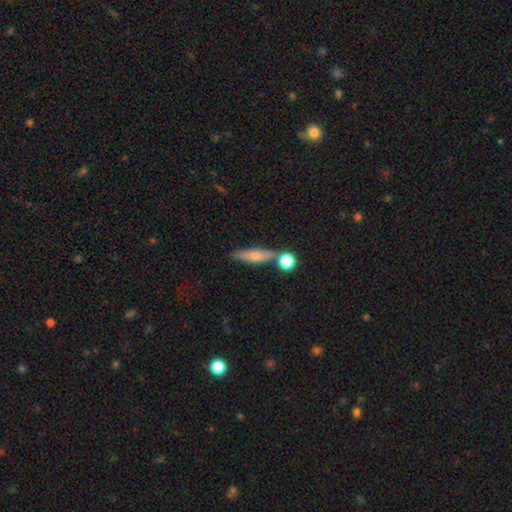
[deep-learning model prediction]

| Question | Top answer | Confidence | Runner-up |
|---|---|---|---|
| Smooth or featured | smooth | 64% | featured or disk (28%) |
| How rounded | cigar-shaped | 70% | in between (26%) |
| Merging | none | 67% | merger (15%) |